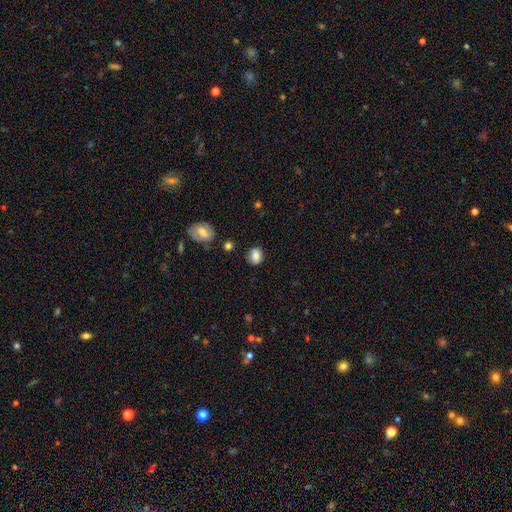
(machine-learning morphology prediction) This appears to be a smooth galaxy with no disk features (83%) that is in between round and cigar-shaped (50%). Merging: none (79%).